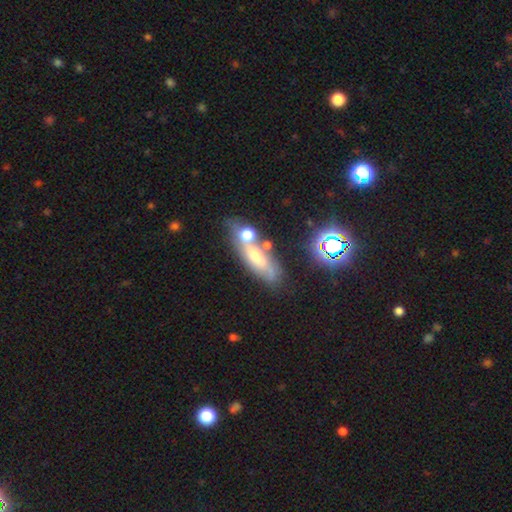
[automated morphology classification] The model was most divided on "smooth or featured": smooth: 47%, featured or disk: 33%, star or artifact: 20%. More confident: merging — none (51%).